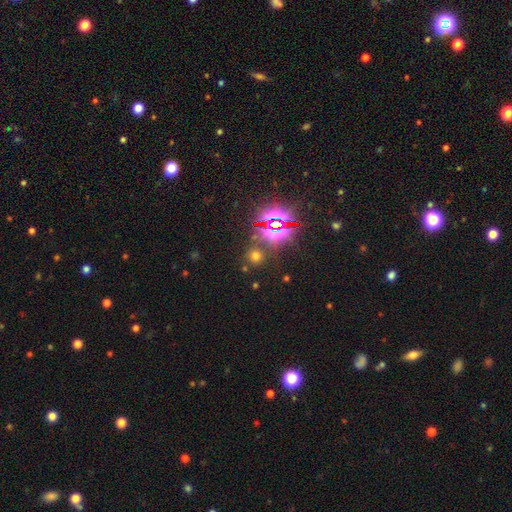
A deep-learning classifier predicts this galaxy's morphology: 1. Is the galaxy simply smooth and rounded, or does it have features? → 52% smooth, 41% star or artifact, 7% featured or disk.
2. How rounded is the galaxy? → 89% round, 10% in between, 1% cigar-shaped.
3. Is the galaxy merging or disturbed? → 81% none, 8% minor disturbance, 7% merger, 4% major disturbance.